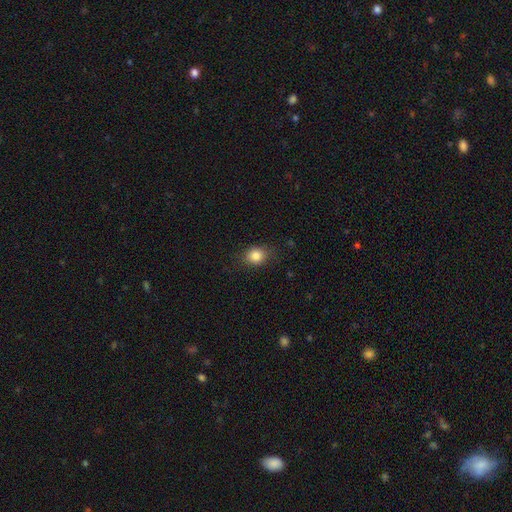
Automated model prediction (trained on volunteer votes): This appears to be a smooth galaxy with no disk features (84%) that is round (59%). Merging: none (79%).